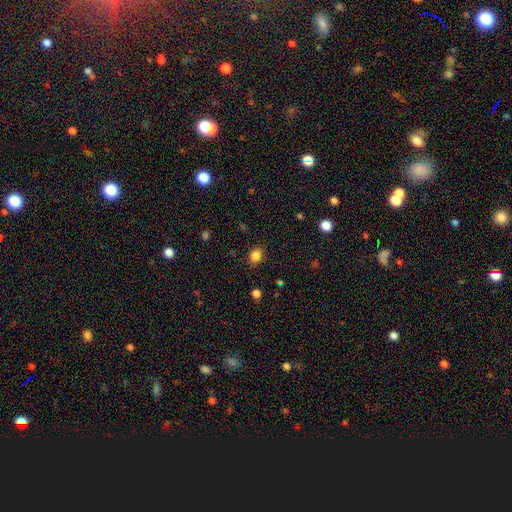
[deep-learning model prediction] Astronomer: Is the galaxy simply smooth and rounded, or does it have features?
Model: smooth — 85%.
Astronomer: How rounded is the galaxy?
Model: round — 56% (runner-up: in between, 43%).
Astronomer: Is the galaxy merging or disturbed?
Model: none — 85%.